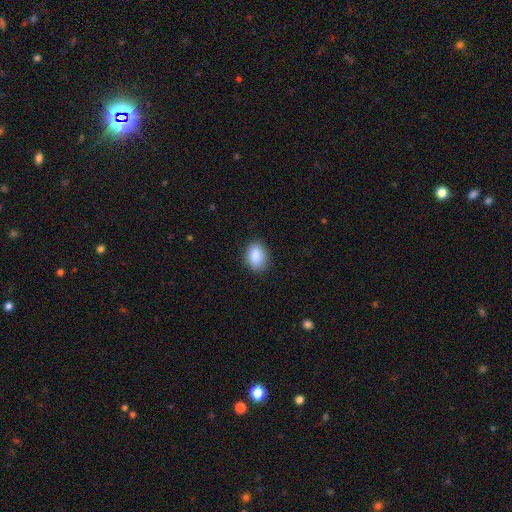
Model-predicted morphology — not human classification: The model was most divided on "how rounded": in between: 80%, round: 19%, cigar-shaped: 1%. More confident: smooth or featured — smooth (89%); merging — none (86%).